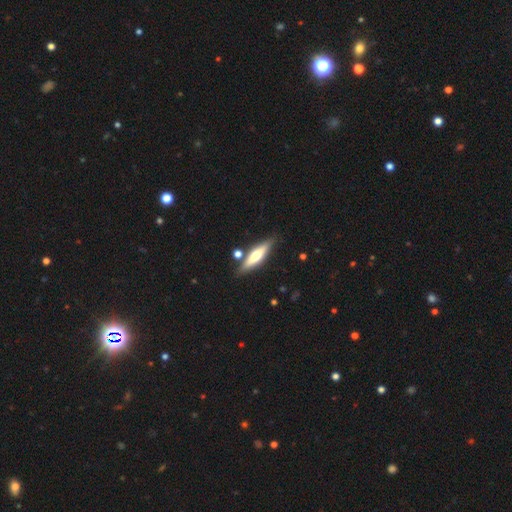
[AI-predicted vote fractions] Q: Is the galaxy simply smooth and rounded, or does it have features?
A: featured or disk — 50%.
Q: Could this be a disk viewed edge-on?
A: yes — 92%.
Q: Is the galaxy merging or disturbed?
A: none — 81%.